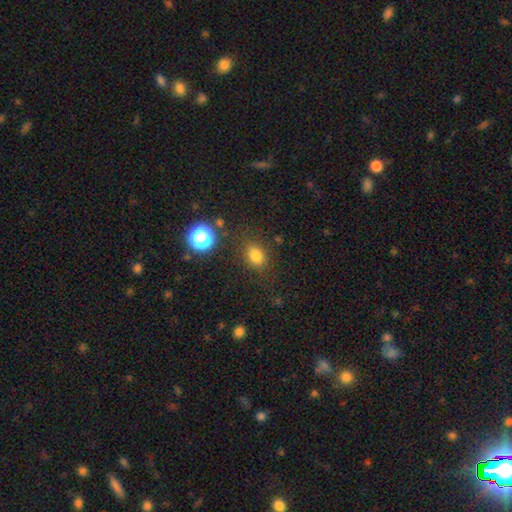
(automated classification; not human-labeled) smooth_or_featured: smooth (p=0.78) [alt: star or artifact p=0.16]
how_rounded: round (p=0.50) [alt: in between p=0.48]
merging: none (p=0.81) [alt: minor disturbance p=0.12]